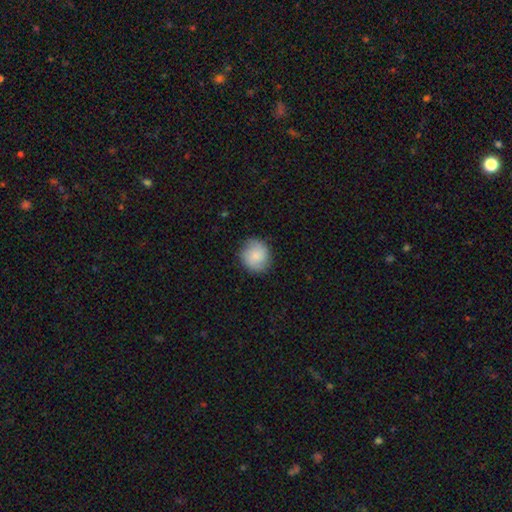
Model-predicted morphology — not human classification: smooth-or-featured: smooth: 79% | featured or disk: 14% | star or artifact: 7%
  how-rounded: round: 87% | in between: 12% | cigar-shaped: 1%
  merging: none: 83% | minor disturbance: 13% | major disturbance: 3% | merger: 1%